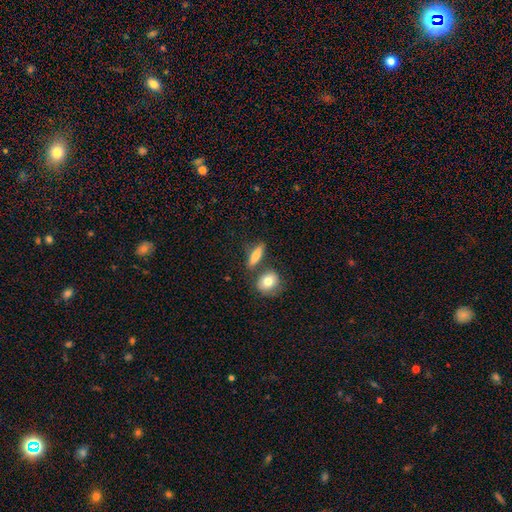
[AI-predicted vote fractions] smooth_or_featured: smooth (p=0.75) [alt: featured or disk p=0.19]
how_rounded: cigar-shaped (p=0.48) [alt: in between p=0.41]
merging: none (p=0.68) [alt: merger p=0.15]